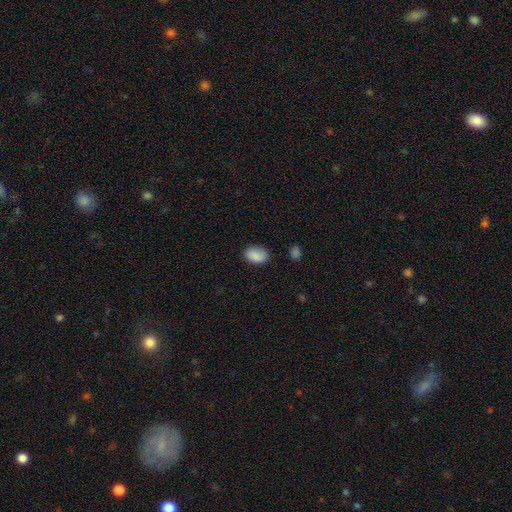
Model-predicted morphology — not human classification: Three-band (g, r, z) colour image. It shows a smooth galaxy with no disk features (88%) that is in between round and cigar-shaped (86%). Merging: none (81%).